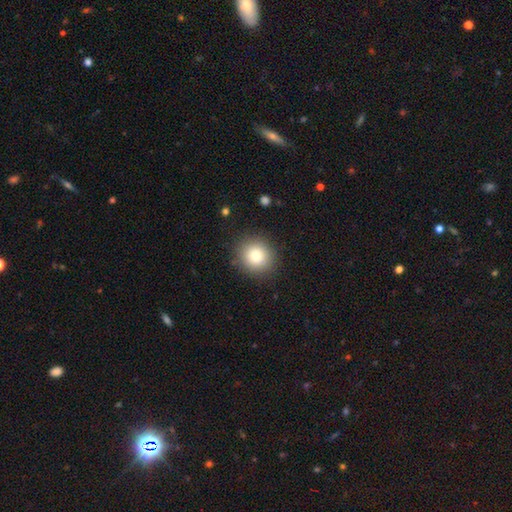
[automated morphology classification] Overall: smooth (81%). How rounded: round (90%). Merging: none (89%).